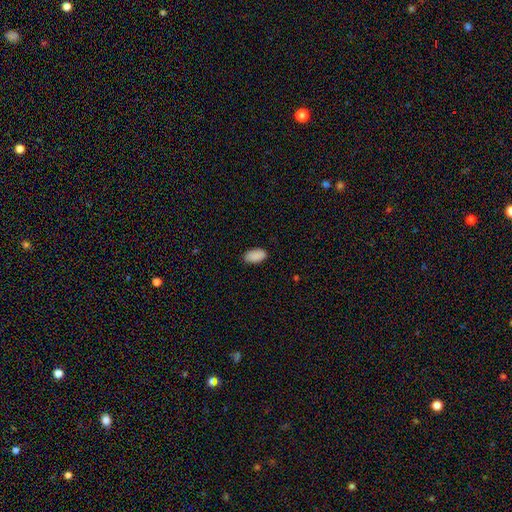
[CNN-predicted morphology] Smooth or featured? smooth (90%)
How rounded? in between (95%)
Merging? none (87%)